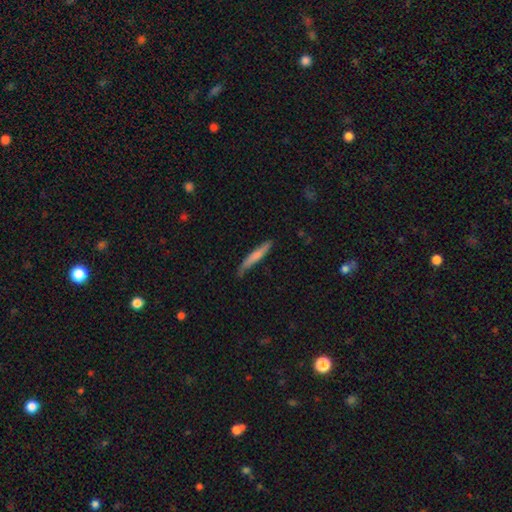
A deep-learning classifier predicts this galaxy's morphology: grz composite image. It shows a smooth galaxy with no disk features (68%) that is cigar-shaped (94%). Merging: none (71%).